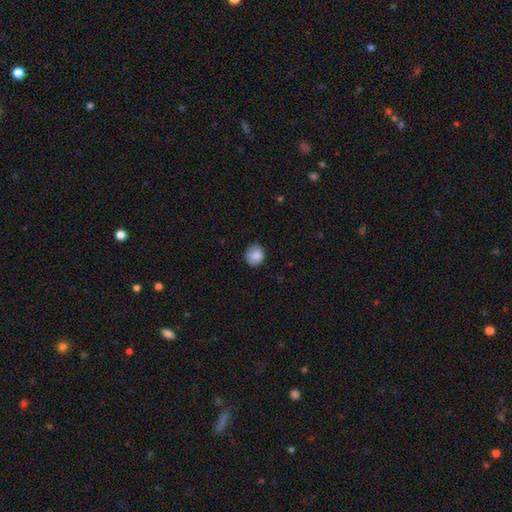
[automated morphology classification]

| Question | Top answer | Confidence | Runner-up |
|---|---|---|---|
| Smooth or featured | smooth | 87% | star or artifact (8%) |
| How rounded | round | 77% | in between (23%) |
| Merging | none | 80% | minor disturbance (16%) |